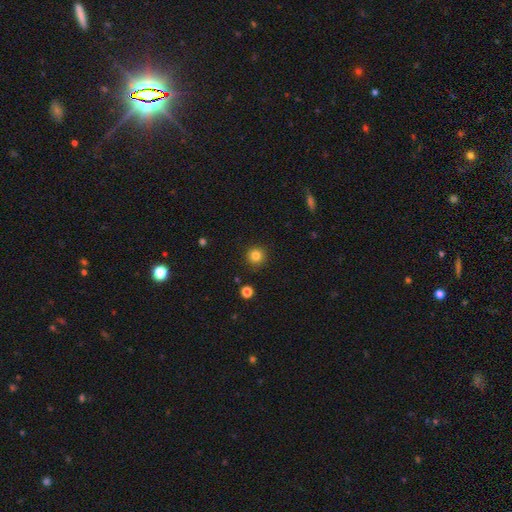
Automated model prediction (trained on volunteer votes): Smooth or featured? smooth (83%)
How rounded? round (94%)
Merging? none (91%)